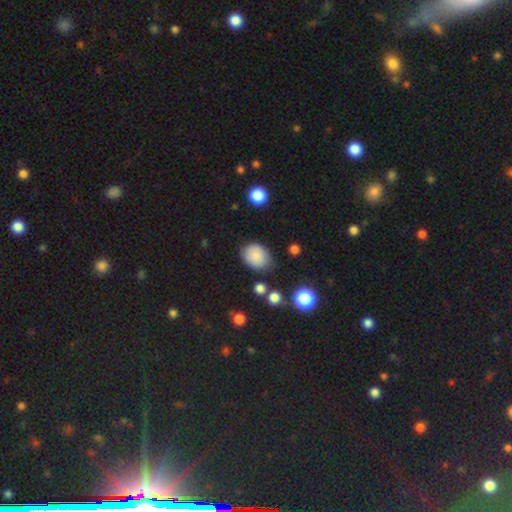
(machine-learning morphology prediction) This is clearly a smooth galaxy (83%). How rounded: likely in between (63%). Merging: likely none (72%).